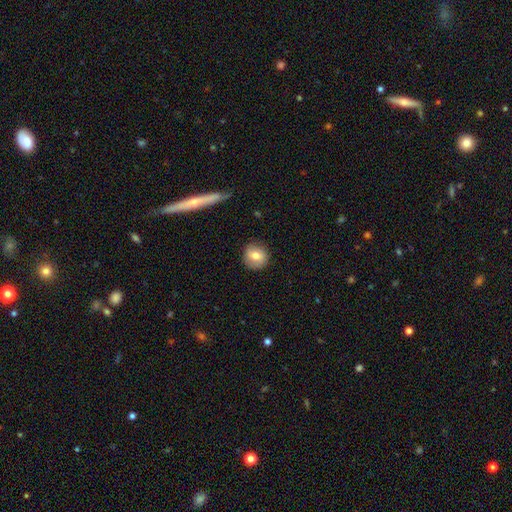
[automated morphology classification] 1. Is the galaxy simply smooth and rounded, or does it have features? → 72% smooth, 20% featured or disk, 8% star or artifact.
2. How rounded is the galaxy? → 88% round, 11% in between, 1% cigar-shaped.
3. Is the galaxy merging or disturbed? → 85% none, 11% minor disturbance, 3% major disturbance, 1% merger.